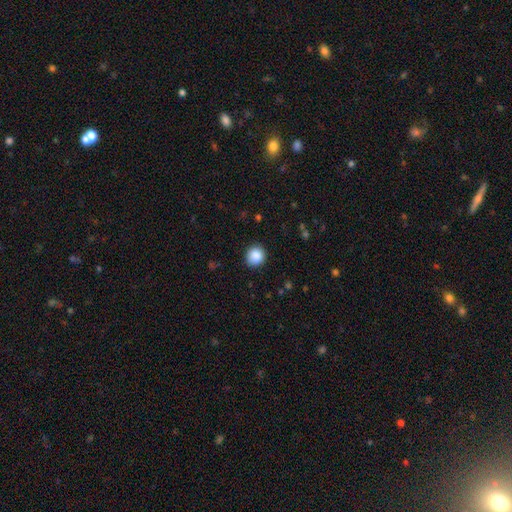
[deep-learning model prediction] Smooth or featured? smooth (88%)
How rounded? round (89%)
Merging? none (90%)